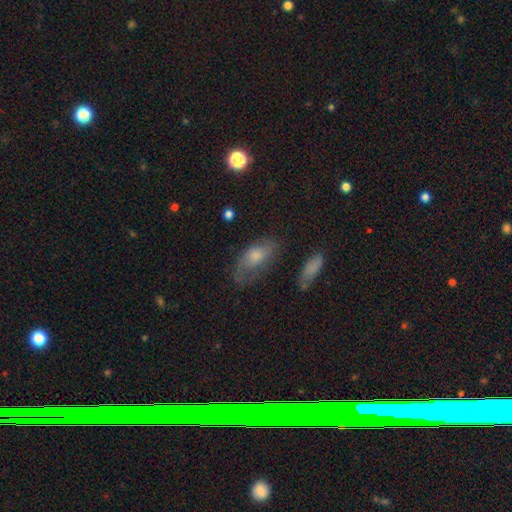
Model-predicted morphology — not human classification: smooth_or_featured: smooth (p=0.51) [alt: featured or disk p=0.37]
how_rounded: in between (p=0.87) [alt: round p=0.07]
merging: none (p=0.56) [alt: minor disturbance p=0.26]